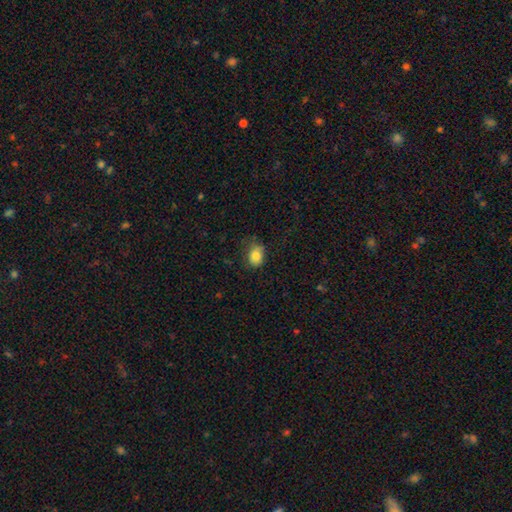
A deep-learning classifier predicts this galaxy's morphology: Smooth or featured: smooth — 83% (star or artifact — 10%)
How rounded: in between — 60% (round — 39%)
Merging: none — 65% (minor disturbance — 26%)